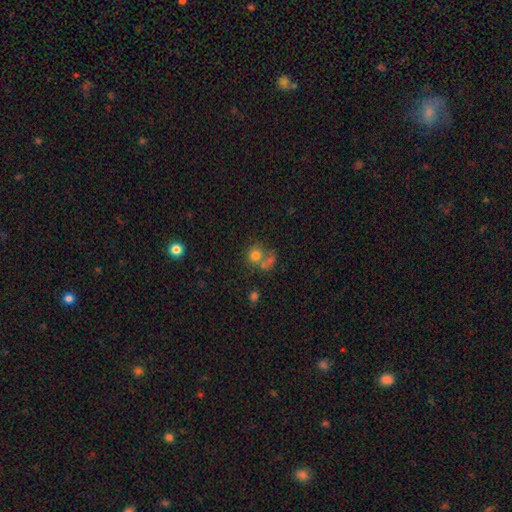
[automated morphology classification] smooth_or_featured: smooth (p=0.72) [alt: featured or disk p=0.14]
how_rounded: round (p=0.80) [alt: in between p=0.19]
merging: merger (p=0.44) [alt: none p=0.40]